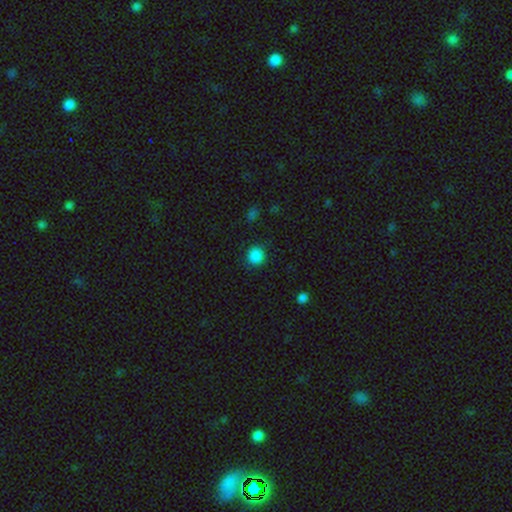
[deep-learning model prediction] Q: Smooth or featured?
A: smooth (87%); runner-up: star or artifact (11%)
Q: How rounded?
A: round (93%); runner-up: in between (6%)
Q: Merging?
A: none (89%); runner-up: minor disturbance (7%)